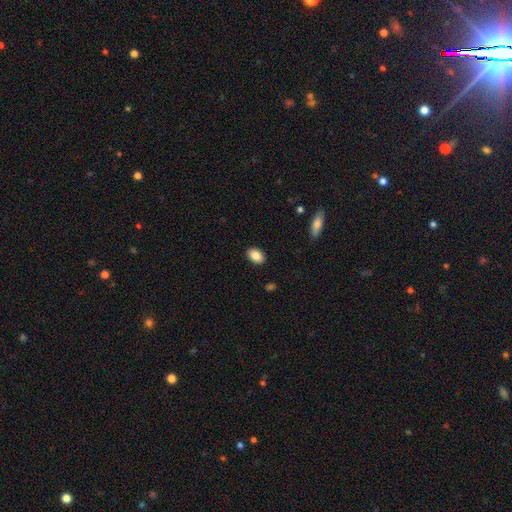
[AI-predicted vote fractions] This appears to be a smooth galaxy with no disk features (86%) that is in between round and cigar-shaped (84%). Merging: none (89%).